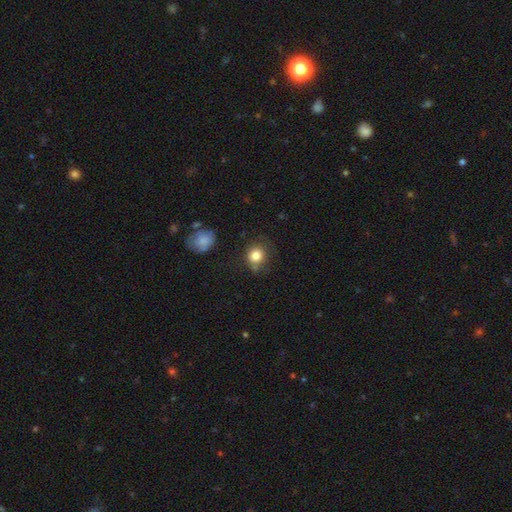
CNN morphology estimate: Q: Smooth or featured?
A: smooth (83%); runner-up: star or artifact (10%)
Q: How rounded?
A: round (83%); runner-up: in between (17%)
Q: Merging?
A: none (71%); runner-up: minor disturbance (19%)